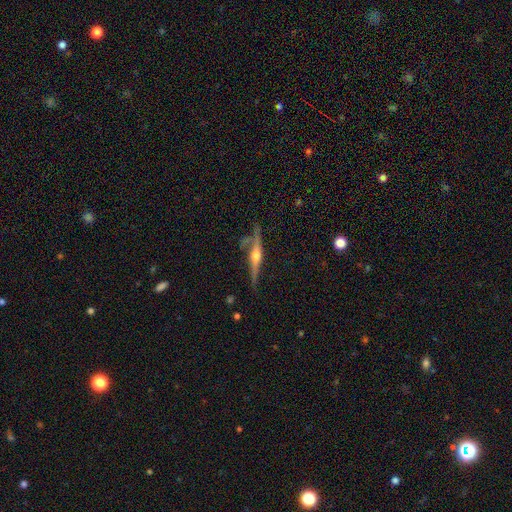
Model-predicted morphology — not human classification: Smooth or featured? featured or disk (78%)
Edge-on disk? yes (95%)
Edge-on bulge? rounded (89%)
Merging? none (67%)